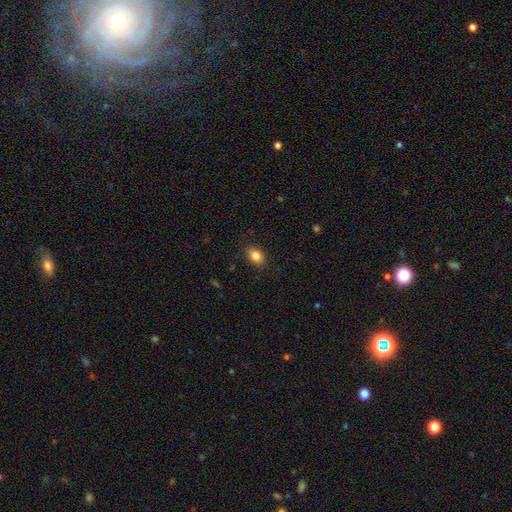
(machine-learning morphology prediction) type=smooth (85%); roundness=in between (72%); merging=none (87%).